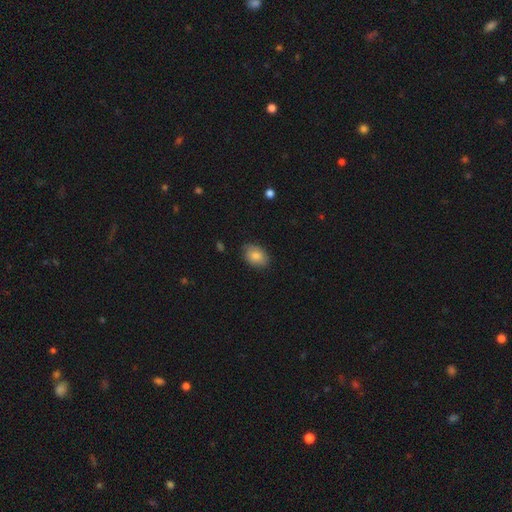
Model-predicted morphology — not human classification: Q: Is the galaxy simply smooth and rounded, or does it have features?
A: smooth — 83%.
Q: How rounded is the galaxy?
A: in between — 76%.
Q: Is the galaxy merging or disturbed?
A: none — 84%.